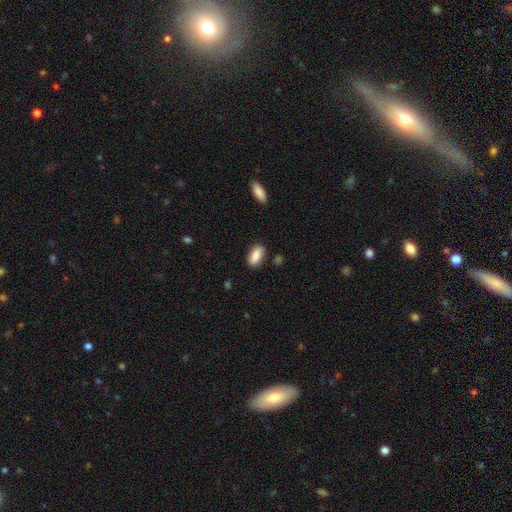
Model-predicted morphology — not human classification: smooth-or-featured: smooth: 86% | featured or disk: 7% | star or artifact: 7%
  how-rounded: in between: 89% | cigar-shaped: 8% | round: 3%
  merging: none: 84% | minor disturbance: 12% | major disturbance: 3% | merger: 2%